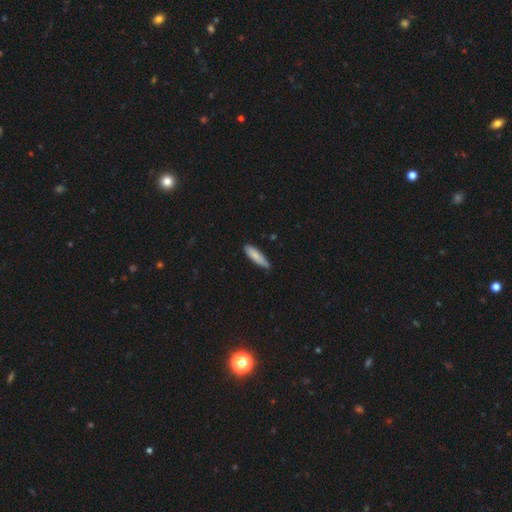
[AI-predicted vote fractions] This appears to be a smooth galaxy with no disk features (83%) that is cigar-shaped (71%). Merging: none (71%).